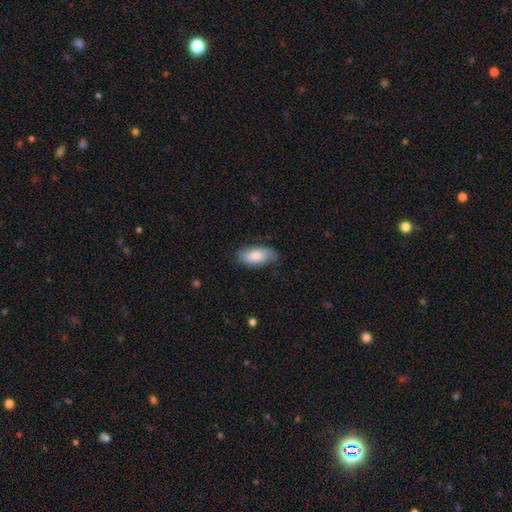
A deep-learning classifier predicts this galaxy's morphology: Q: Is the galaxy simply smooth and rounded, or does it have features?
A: smooth — 78%.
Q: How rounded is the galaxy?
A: in between — 91%.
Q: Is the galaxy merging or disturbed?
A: none — 75%.